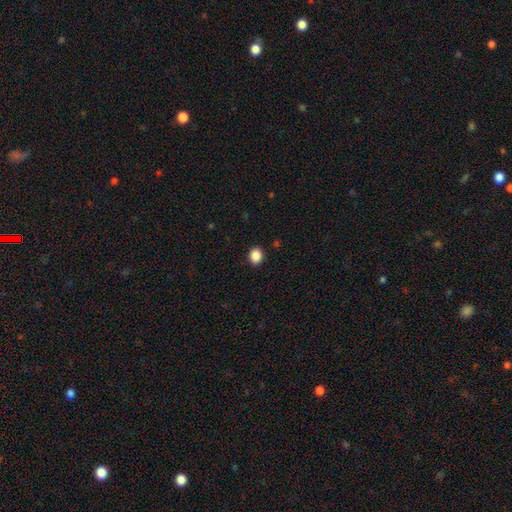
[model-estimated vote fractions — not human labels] This appears to be a smooth galaxy with no disk features (88%) that is round (56%). Merging: none (91%).